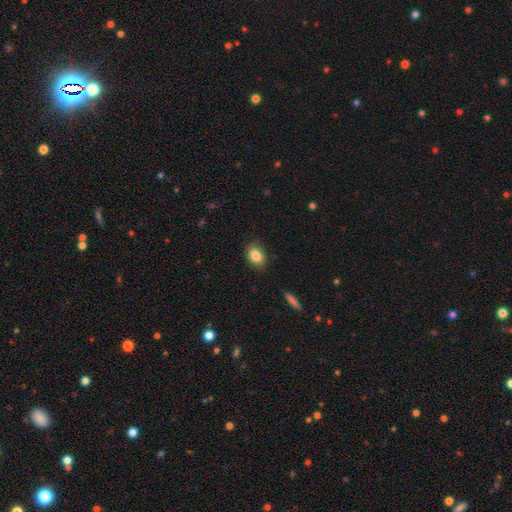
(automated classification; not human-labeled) Smooth or featured? Predicted: smooth (p=0.84). How rounded? Predicted: in between (p=0.71). Merging? Predicted: none (p=0.85).